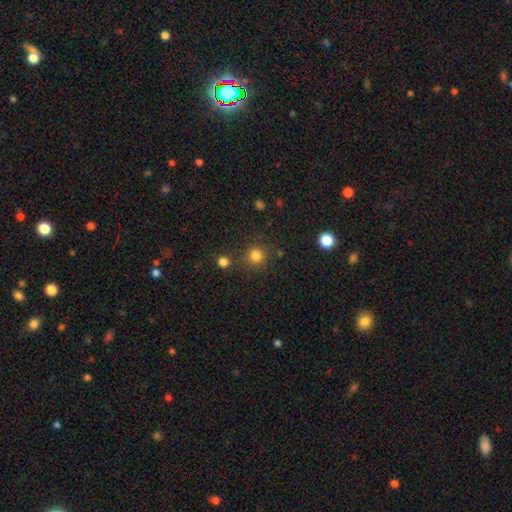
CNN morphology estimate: Smooth or featured? smooth (81%)
How rounded? round (93%)
Merging? none (80%)